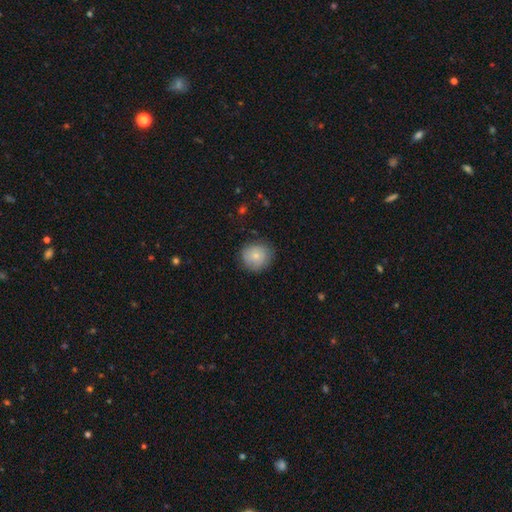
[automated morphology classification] Smooth or featured? smooth (76%)
How rounded? round (87%)
Merging? none (80%)